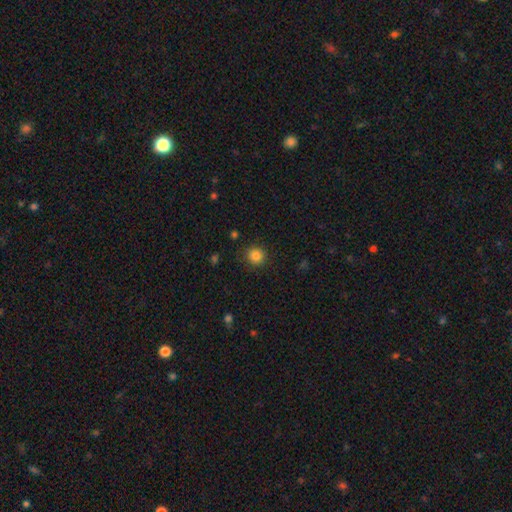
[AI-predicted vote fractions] Smooth or featured?
  - smooth: 85% *
  - star or artifact: 11%
  - featured or disk: 4%
How rounded?
  - round: 90% *
  - in between: 9%
  - cigar-shaped: 1%
Merging?
  - none: 88% *
  - minor disturbance: 8%
  - major disturbance: 3%
  - merger: 1%